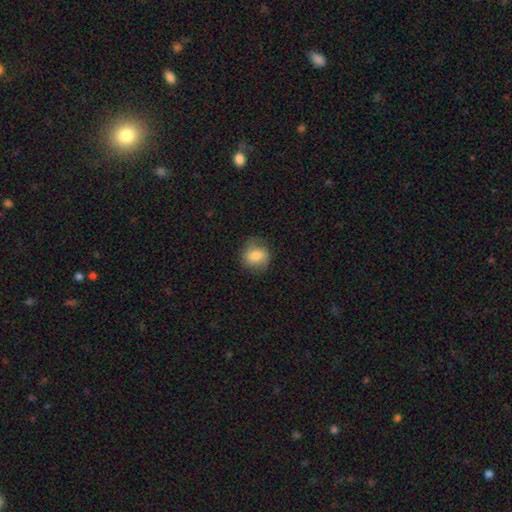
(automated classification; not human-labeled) This appears to be a smooth galaxy with no disk features (72%) that is round (76%). Merging: none (76%).